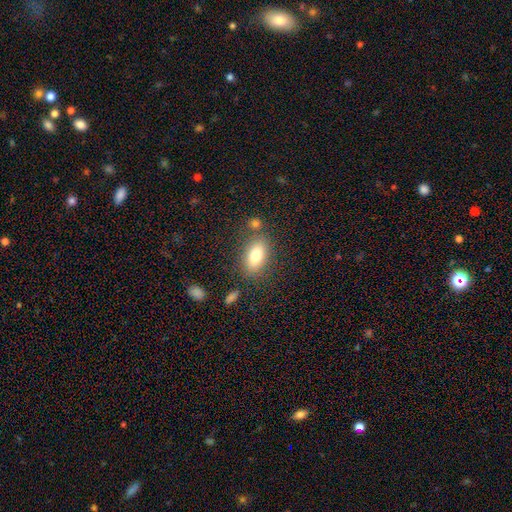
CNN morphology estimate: Q: Smooth or featured?
A: smooth (79%); runner-up: featured or disk (13%)
Q: How rounded?
A: in between (87%); runner-up: round (7%)
Q: Merging?
A: none (75%); runner-up: minor disturbance (13%)